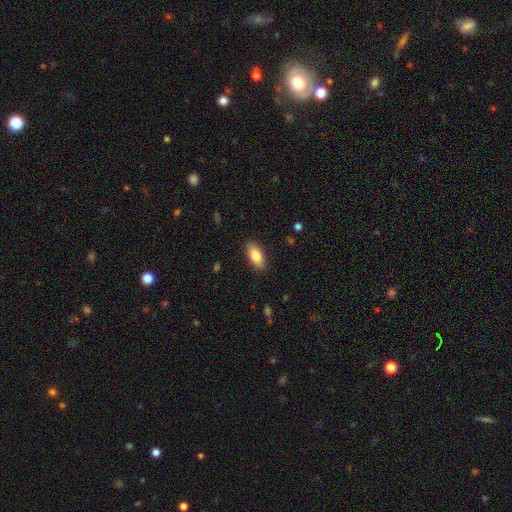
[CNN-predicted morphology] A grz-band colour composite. It shows a smooth galaxy with no disk features (85%) that is in between round and cigar-shaped (87%). Merging: none (87%).